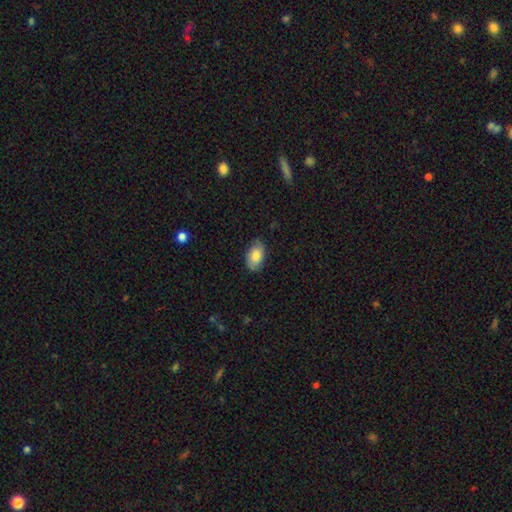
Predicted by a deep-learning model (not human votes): Smooth or featured: smooth — 81% (featured or disk — 13%)
How rounded: in between — 93% (round — 6%)
Merging: none — 80% (minor disturbance — 16%)